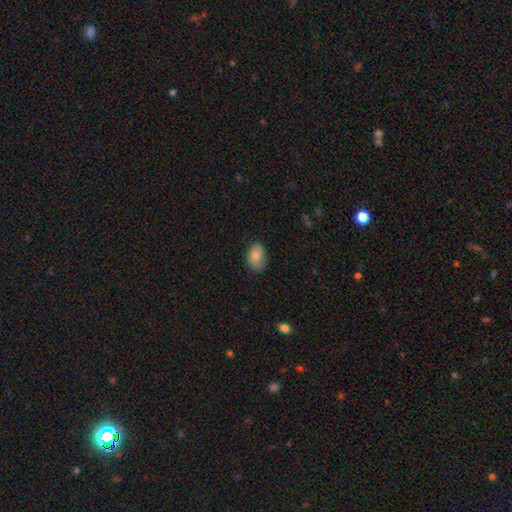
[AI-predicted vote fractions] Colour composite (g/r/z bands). It shows a smooth galaxy with no disk features (85%) that is in between round and cigar-shaped (83%). Merging: none (67%).